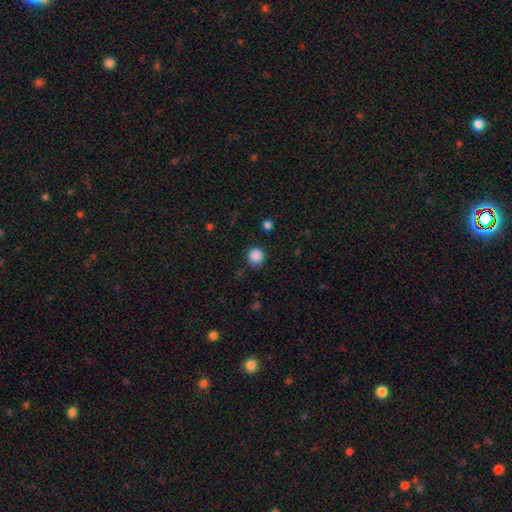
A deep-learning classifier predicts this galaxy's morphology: Q: Smooth or featured?
A: smooth (87%); runner-up: star or artifact (11%)
Q: How rounded?
A: round (93%); runner-up: in between (6%)
Q: Merging?
A: none (87%); runner-up: minor disturbance (8%)